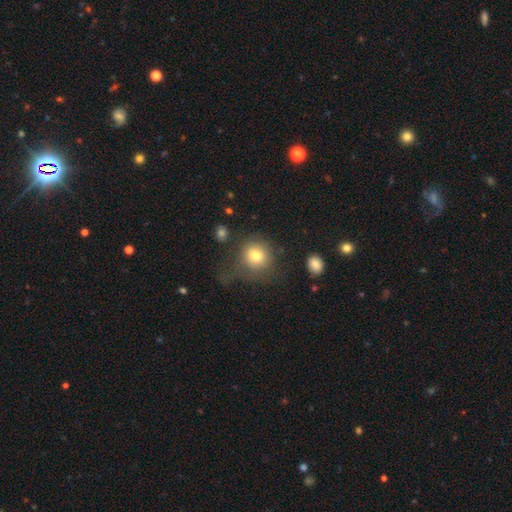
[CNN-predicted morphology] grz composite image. It shows a smooth galaxy with no disk features (77%) that is round (89%). Merging: none (57%).